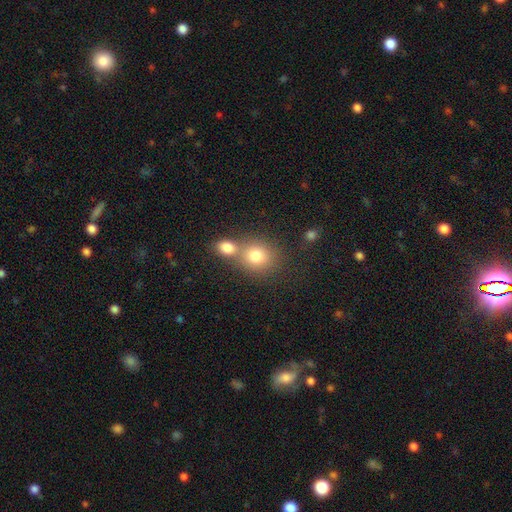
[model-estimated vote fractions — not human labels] Overall: smooth (79%). How rounded: round (79%). Merging: none (47%; merger 43%).